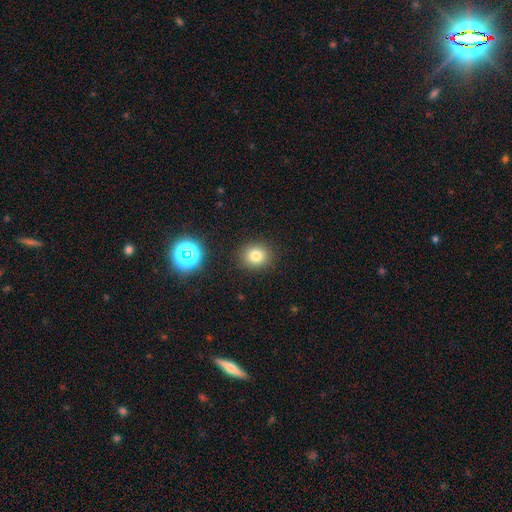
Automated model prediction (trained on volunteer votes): A smooth galaxy with no disk features (78%) that is round (79%). Merging: none (88%).